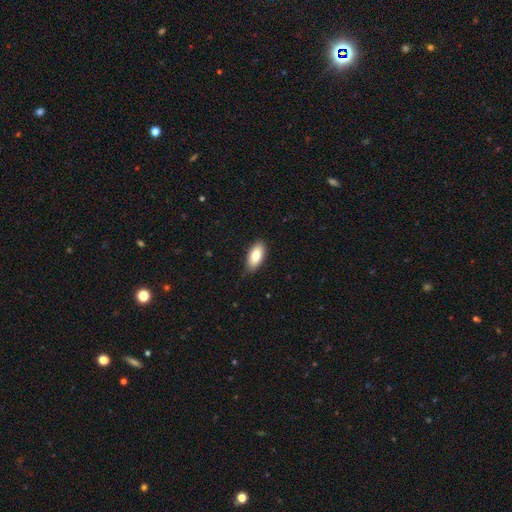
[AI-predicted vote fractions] The model was most divided on "merging": none: 82%, minor disturbance: 15%, major disturbance: 2%, merger: 1%. More confident: how rounded — in between (91%); smooth or featured — smooth (82%).